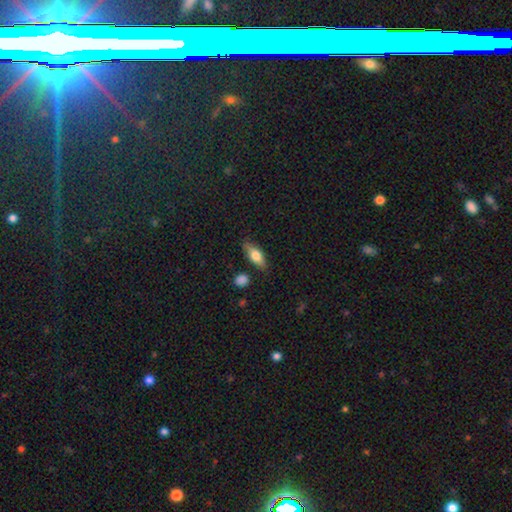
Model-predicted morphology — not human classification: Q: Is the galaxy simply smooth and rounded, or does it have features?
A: smooth — 65%.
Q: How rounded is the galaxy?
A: in between — 67%.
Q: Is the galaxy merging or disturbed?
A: none — 79%.